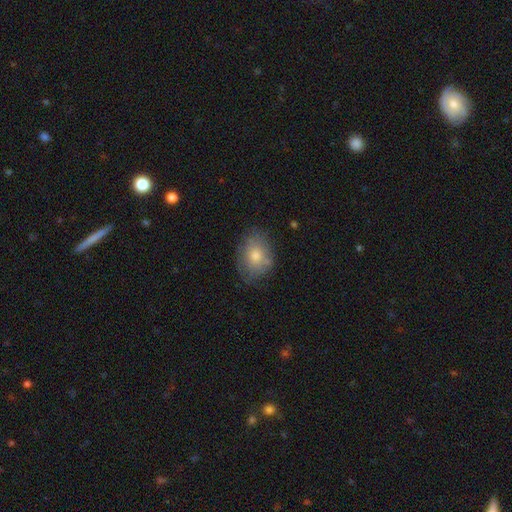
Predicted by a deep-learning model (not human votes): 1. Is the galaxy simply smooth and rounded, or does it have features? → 70% smooth, 21% featured or disk, 9% star or artifact.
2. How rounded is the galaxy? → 68% in between, 31% round, 1% cigar-shaped.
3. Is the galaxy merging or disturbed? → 71% none, 22% minor disturbance, 6% major disturbance, 2% merger.